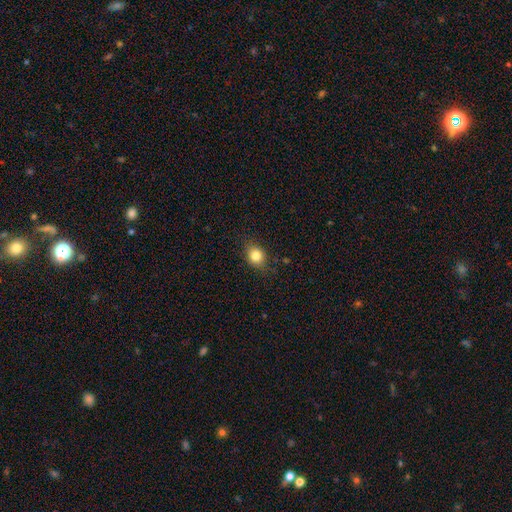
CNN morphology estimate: type=smooth (81%); roundness=round (62%); merging=none (82%).